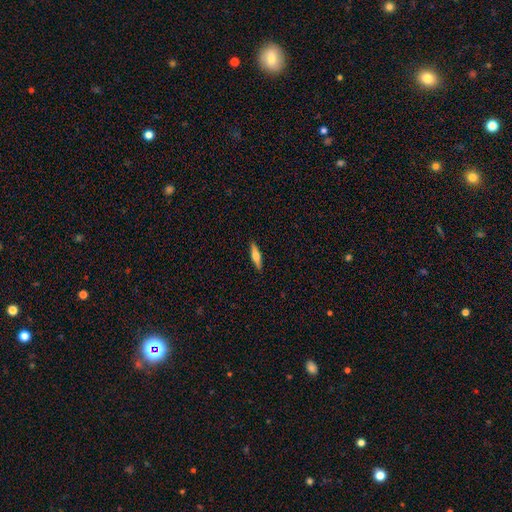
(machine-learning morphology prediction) This appears to be a smooth galaxy with no disk features (54%) that is cigar-shaped (77%). Merging: none (90%).